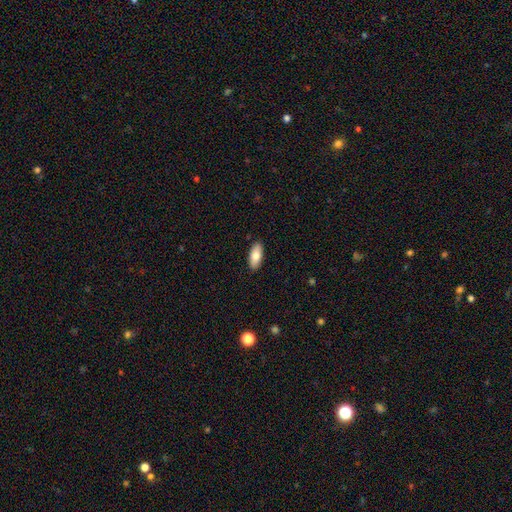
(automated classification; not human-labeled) smooth-or-featured: smooth: 77% | featured or disk: 17% | star or artifact: 6%
  how-rounded: in between: 87% | cigar-shaped: 11% | round: 2%
  merging: none: 90% | minor disturbance: 8% | major disturbance: 2% | merger: 1%